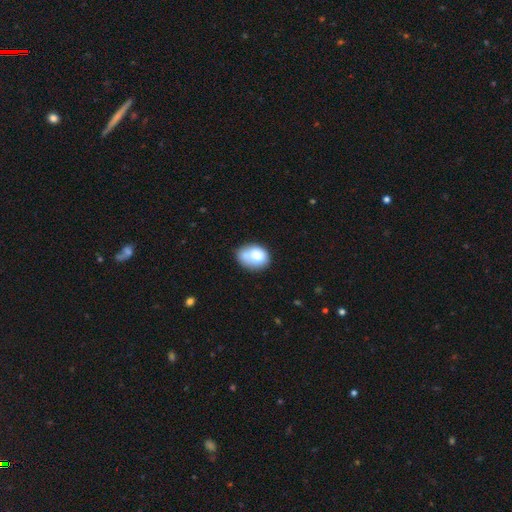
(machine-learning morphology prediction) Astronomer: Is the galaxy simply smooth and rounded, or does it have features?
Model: smooth — 77%.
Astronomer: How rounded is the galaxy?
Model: in between — 68%.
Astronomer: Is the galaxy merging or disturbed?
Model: none — 44% (runner-up: minor disturbance, 25%).